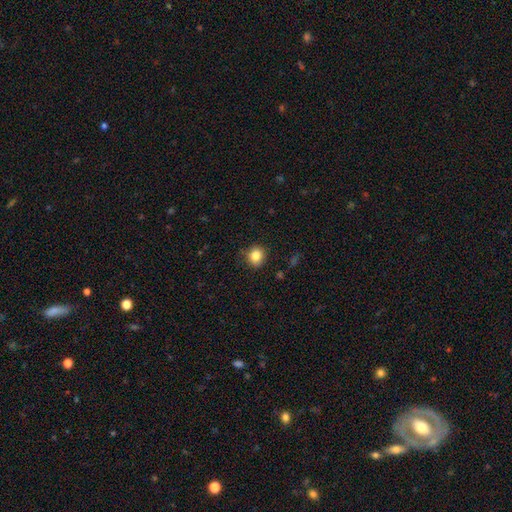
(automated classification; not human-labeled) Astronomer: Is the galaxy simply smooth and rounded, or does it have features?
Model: smooth — 83%.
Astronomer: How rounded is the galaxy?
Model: round — 84%.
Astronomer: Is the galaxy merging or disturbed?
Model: none — 87%.